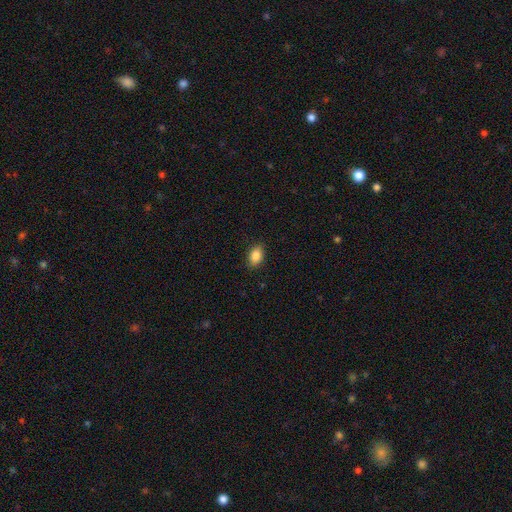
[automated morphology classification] A smooth galaxy with no disk features (88%) that is in between round and cigar-shaped (85%). Merging: none (86%).